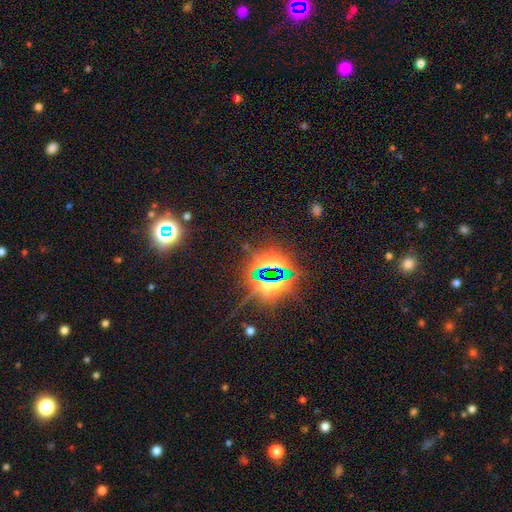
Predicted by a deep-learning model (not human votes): Smooth or featured: star or artifact — 76% (smooth — 12%)